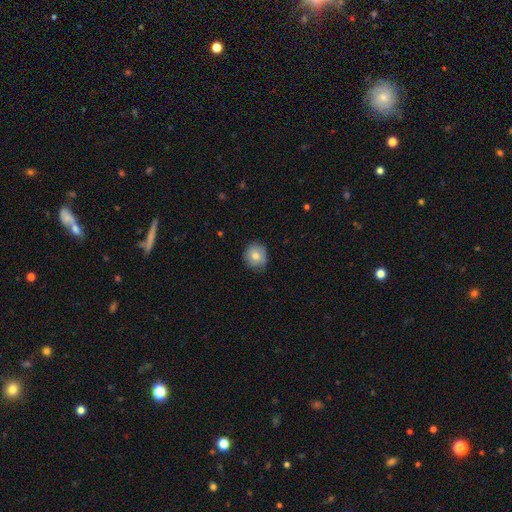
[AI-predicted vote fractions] Overall: smooth (78%). How rounded: round (86%). Merging: none (76%).